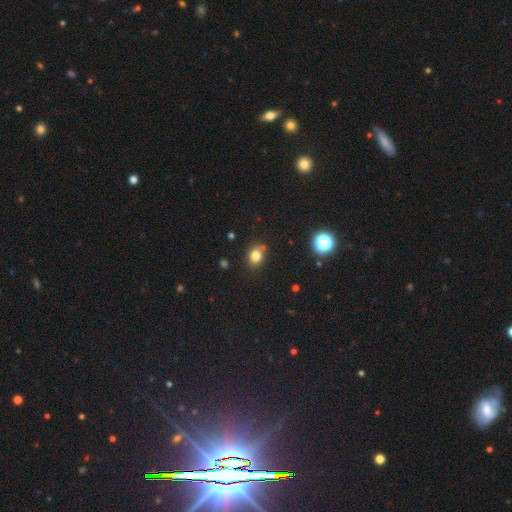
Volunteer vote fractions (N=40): Smooth or featured? 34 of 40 (85%) said smooth. How rounded? 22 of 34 (65%) said in between. Merging? 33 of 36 (92%) said none.